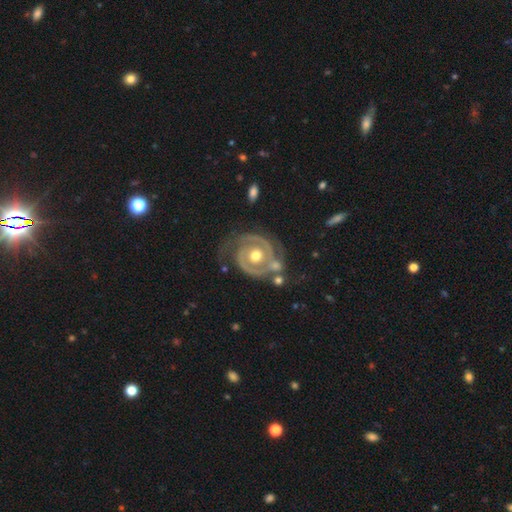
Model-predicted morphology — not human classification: The model was most divided on "merging": none: 59%, minor disturbance: 21%, major disturbance: 11%, merger: 9%. More confident: edge-on disk — no (98%); spiral arms — yes (93%); smooth or featured — featured or disk (88%); spiral arm count — 2 (80%); bulge size — moderate (80%); bar — no (77%); spiral winding — tight (68%).